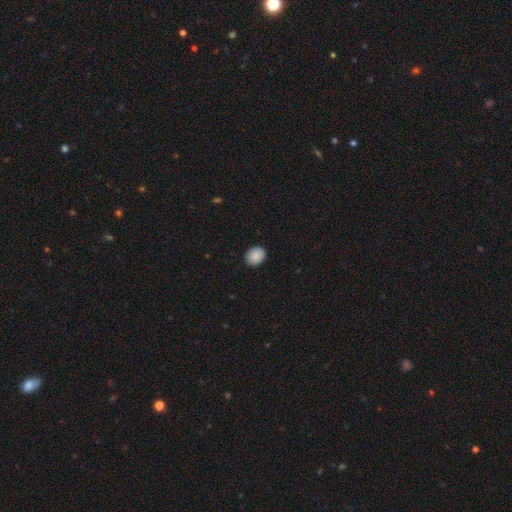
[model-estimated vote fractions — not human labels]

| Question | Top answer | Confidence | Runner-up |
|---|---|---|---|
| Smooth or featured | smooth | 88% | star or artifact (8%) |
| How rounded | round | 52% | in between (48%) |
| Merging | none | 90% | minor disturbance (7%) |